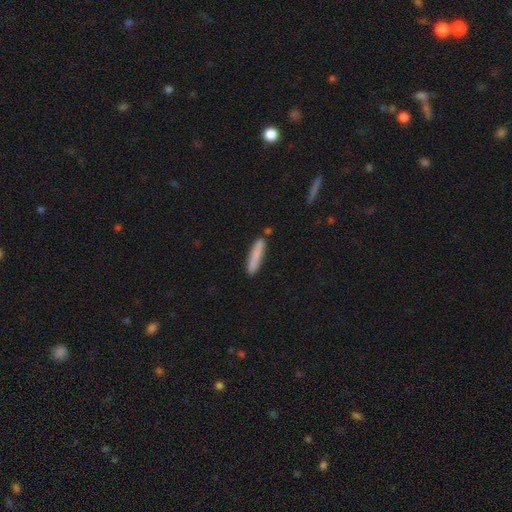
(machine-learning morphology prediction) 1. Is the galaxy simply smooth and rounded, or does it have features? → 81% smooth, 13% featured or disk, 6% star or artifact.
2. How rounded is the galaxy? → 91% cigar-shaped, 8% in between, 1% round.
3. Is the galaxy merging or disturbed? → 83% none, 11% minor disturbance, 5% merger, 2% major disturbance.